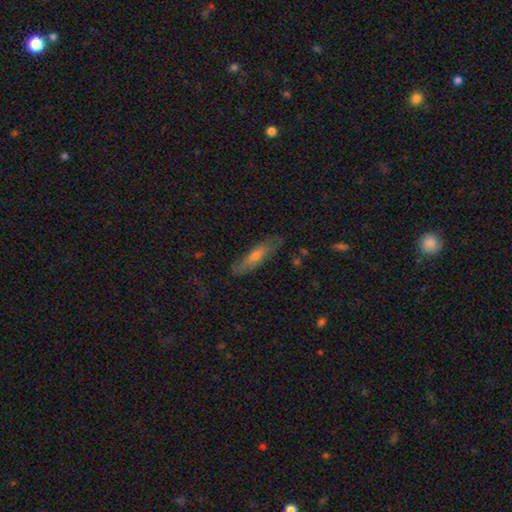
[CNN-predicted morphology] Q: Smooth or featured?
A: smooth (52%); runner-up: featured or disk (41%)
Q: How rounded?
A: cigar-shaped (73%); runner-up: in between (25%)
Q: Merging?
A: none (77%); runner-up: minor disturbance (17%)